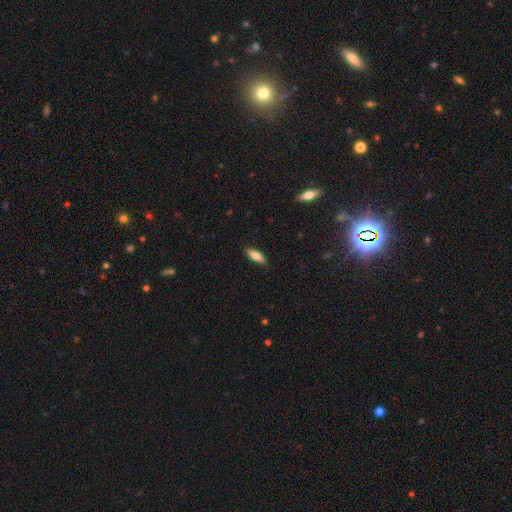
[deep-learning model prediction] Smooth or featured? Predicted: smooth (p=0.71). How rounded? Predicted: in between (p=0.61). Merging? Predicted: none (p=0.88).